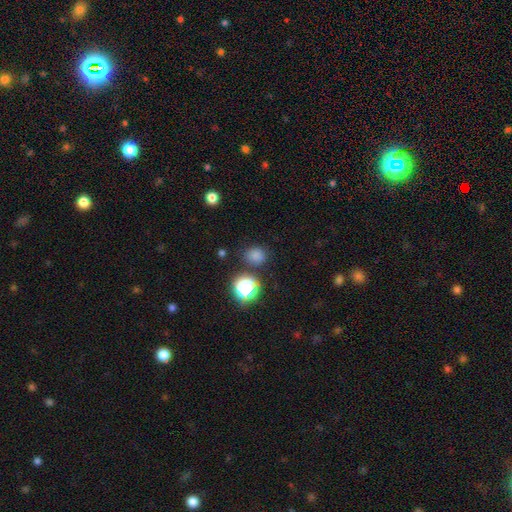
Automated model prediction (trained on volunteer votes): Smooth or featured: smooth — 76% (star or artifact — 20%)
How rounded: round — 76% (in between — 23%)
Merging: none — 81% (minor disturbance — 11%)